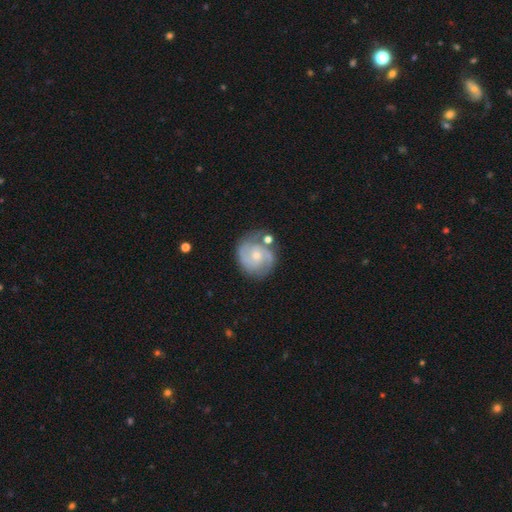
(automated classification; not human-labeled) Smooth or featured? Predicted: featured or disk (p=0.81). Edge-on disk? Predicted: no (p=0.98). Bar? Predicted: no (p=0.65). Spiral arms? Predicted: yes (p=0.95). Spiral winding? Predicted: medium (p=0.46). Spiral arm count? Predicted: 2 (p=0.75). Bulge size? Predicted: small (p=0.56). Merging? Predicted: none (p=0.67).